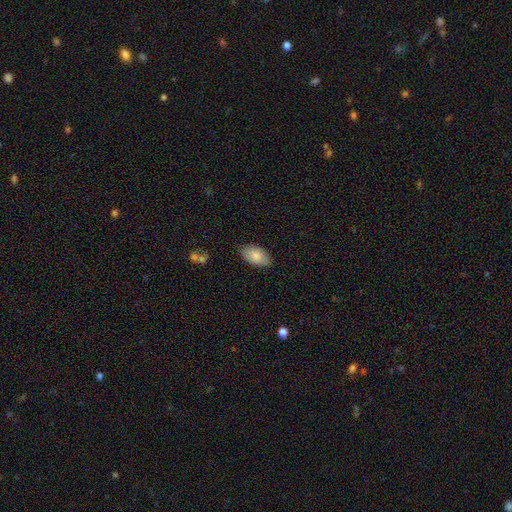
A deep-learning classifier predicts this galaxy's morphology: Smooth or featured: smooth — 79% (featured or disk — 15%)
How rounded: in between — 94% (round — 5%)
Merging: none — 81% (minor disturbance — 15%)